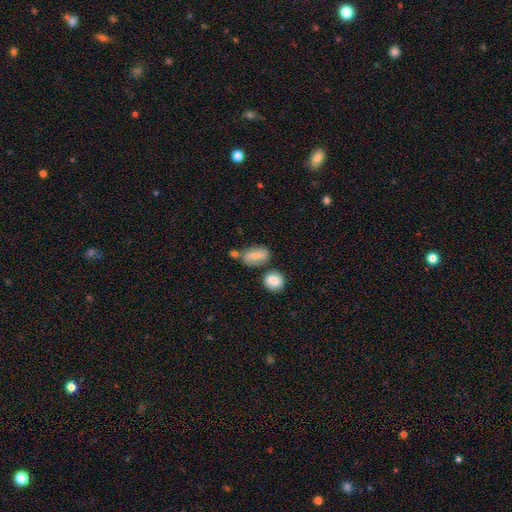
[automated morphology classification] smooth_or_featured: smooth (p=0.69) [alt: featured or disk p=0.22]
how_rounded: in between (p=0.80) [alt: round p=0.15]
merging: none (p=0.60) [alt: minor disturbance p=0.18]